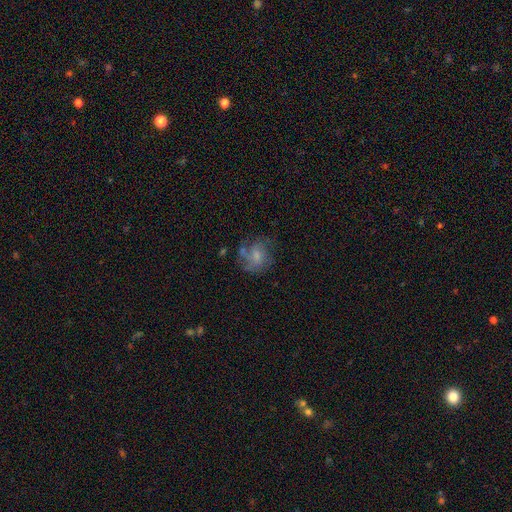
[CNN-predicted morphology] The model was most divided on "smooth or featured": featured or disk: 51%, smooth: 39%, star or artifact: 10%. Remaining: edge-on disk — no (98%); merging — none (50%).